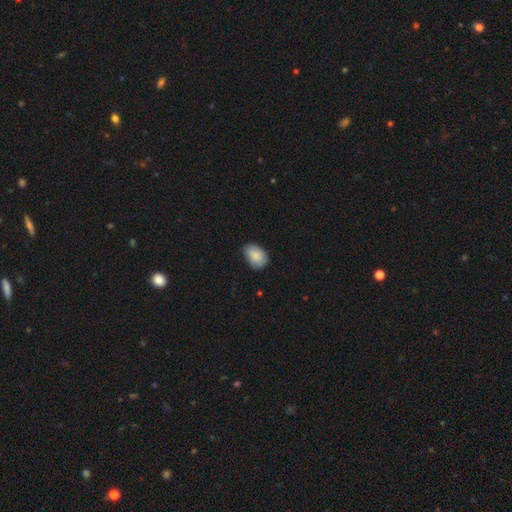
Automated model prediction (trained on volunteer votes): smooth_or_featured: smooth (p=0.84) [alt: featured or disk p=0.10]
how_rounded: in between (p=0.84) [alt: round p=0.14]
merging: none (p=0.71) [alt: minor disturbance p=0.24]